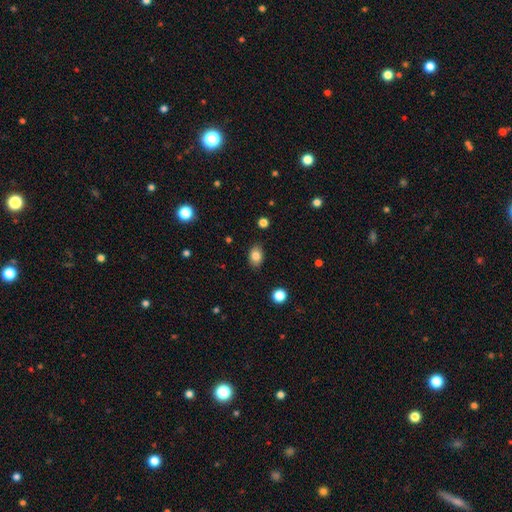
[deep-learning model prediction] This is clearly a smooth galaxy (84%). How rounded: likely in between (75%). Merging: clearly none (85%).